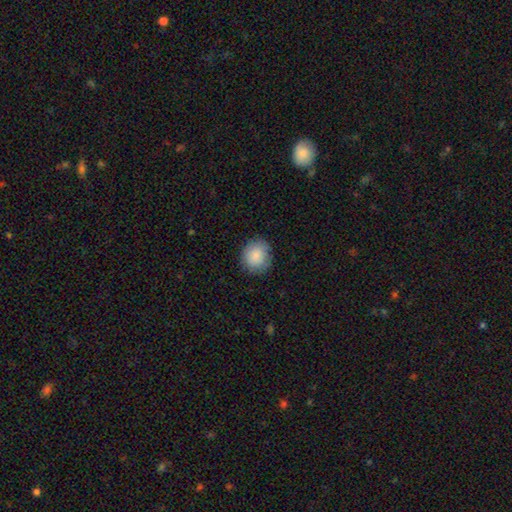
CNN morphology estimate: A smooth galaxy with no disk features (87%) that is round (78%).

Vote fractions:
- Smooth or featured? smooth: 87% / star or artifact: 7% / featured or disk: 6%
- How rounded? round: 78% / in between: 21% / cigar-shaped: 1%
- Merging? none: 83% / minor disturbance: 13% / major disturbance: 3% / merger: 1%